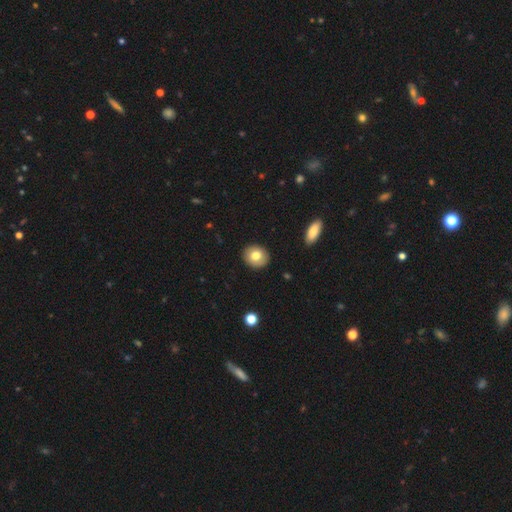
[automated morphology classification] This appears to be a smooth galaxy with no disk features (78%) that is round (72%). Merging: none (91%).